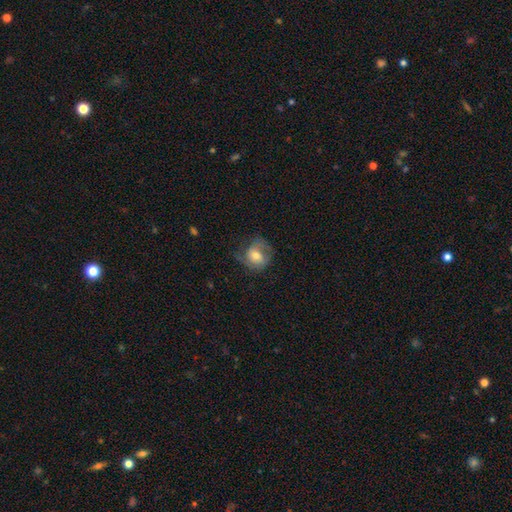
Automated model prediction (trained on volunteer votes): The model was most divided on "smooth or featured": featured or disk: 48%, smooth: 45%, star or artifact: 7%. More confident: merging — none (53%).